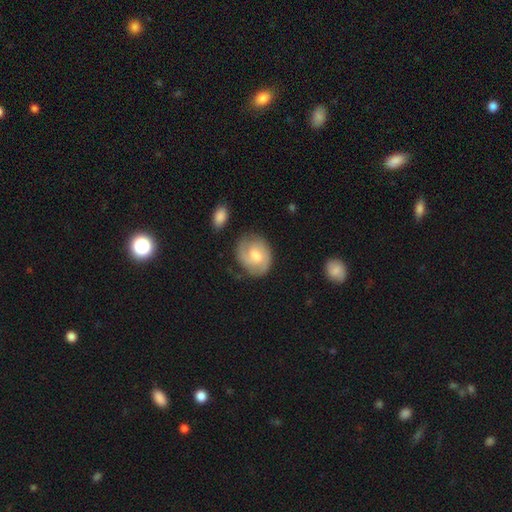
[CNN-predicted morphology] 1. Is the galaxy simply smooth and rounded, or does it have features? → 67% featured or disk, 27% smooth, 6% star or artifact.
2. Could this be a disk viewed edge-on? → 97% no, 3% yes.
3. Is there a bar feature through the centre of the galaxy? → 52% weak, 40% no, 8% strong.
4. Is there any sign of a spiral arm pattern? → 91% yes, 9% no.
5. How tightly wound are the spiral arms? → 44% tight, 43% medium, 13% loose.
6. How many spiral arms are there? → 73% 2, 13% can't tell, 6% 1, 5% 3, 2% 4, 1% more than 4.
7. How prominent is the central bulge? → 60% moderate, 22% small, 12% large, 5% none, 1% dominant.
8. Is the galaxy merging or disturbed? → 74% none, 18% minor disturbance, 6% major disturbance, 3% merger.